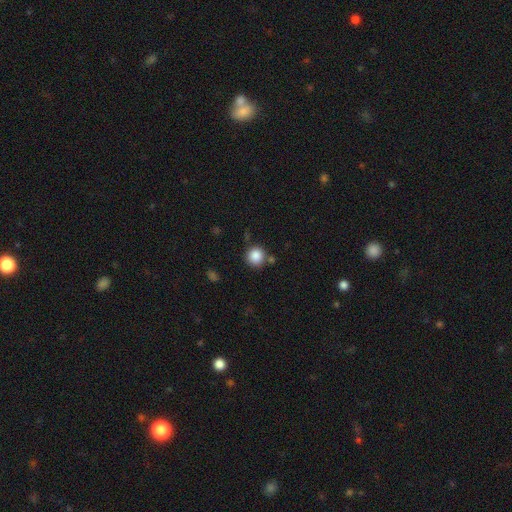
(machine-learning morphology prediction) A smooth galaxy with no disk features (86%) that is round (94%). Merging: none (78%).